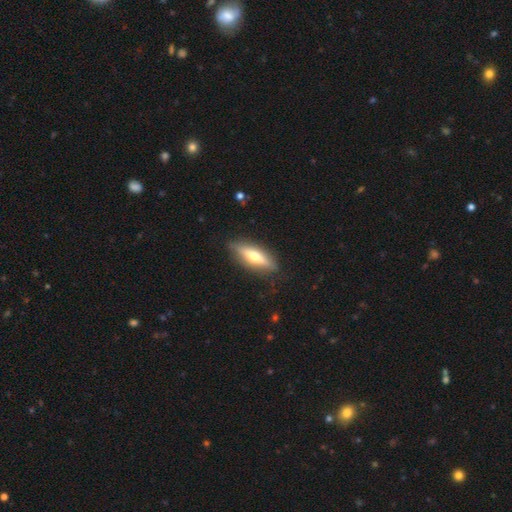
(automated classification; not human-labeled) Smooth or featured?
  - featured or disk: 49% *
  - smooth: 45%
  - star or artifact: 6%
Merging?
  - none: 85% *
  - minor disturbance: 11%
  - major disturbance: 3%
  - merger: 1%